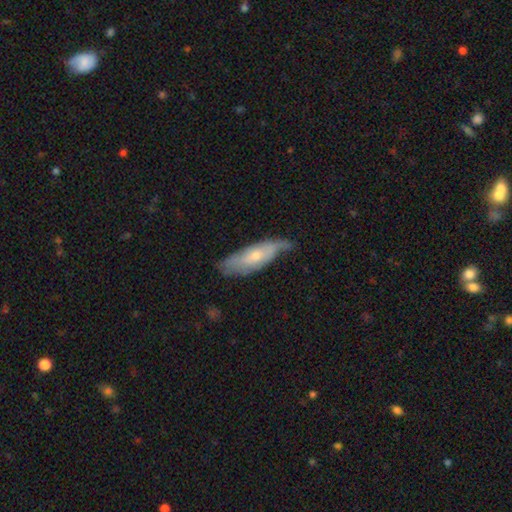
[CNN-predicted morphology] Q: Smooth or featured?
A: featured or disk (50%); runner-up: smooth (44%)
Q: Edge-on disk?
A: no (73%); runner-up: yes (27%)
Q: Merging?
A: none (47%); runner-up: minor disturbance (36%)